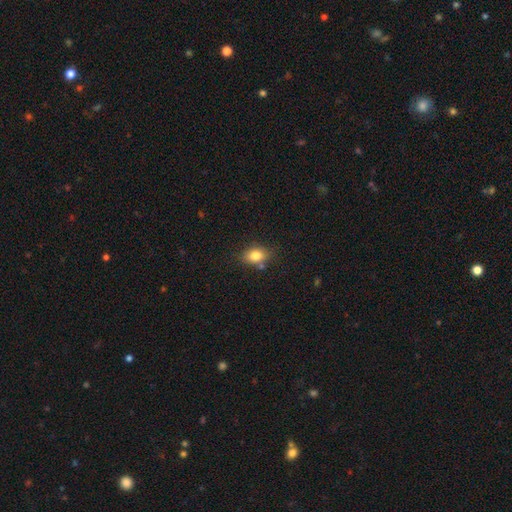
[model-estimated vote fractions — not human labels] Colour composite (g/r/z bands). It shows a smooth galaxy with no disk features (81%) that is in between round and cigar-shaped (75%). Merging: none (72%).